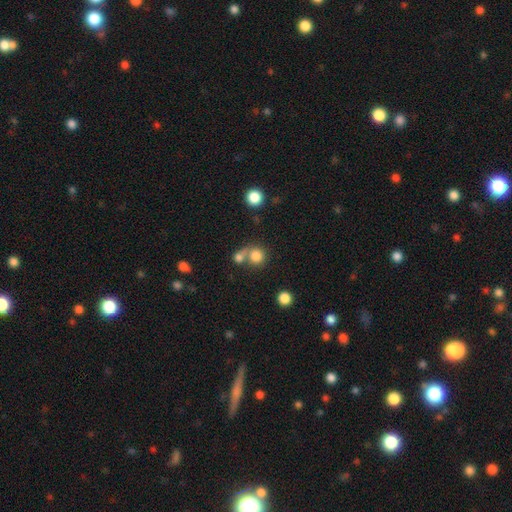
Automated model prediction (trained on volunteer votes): A smooth galaxy with no disk features (80%) that is round (86%). Merging: merger (44%).